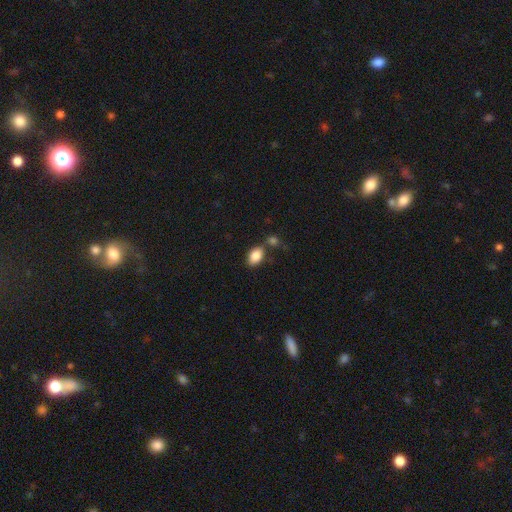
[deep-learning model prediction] A smooth galaxy with no disk features (87%) that is in between round and cigar-shaped (88%). Merging: none (67%).